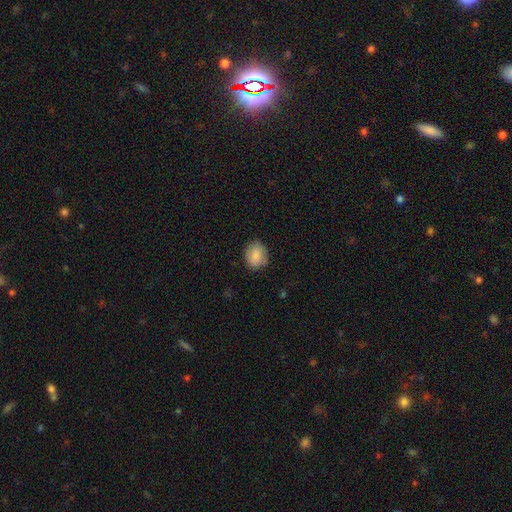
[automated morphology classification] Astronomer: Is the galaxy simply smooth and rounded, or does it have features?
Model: smooth — 86%.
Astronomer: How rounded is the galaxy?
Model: round — 53% (runner-up: in between, 46%).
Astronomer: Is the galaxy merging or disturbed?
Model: none — 82%.